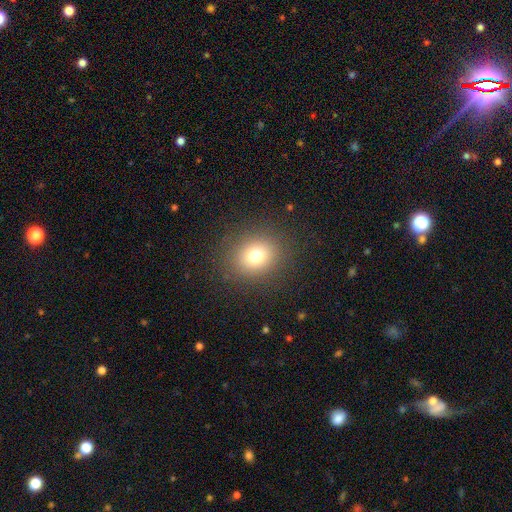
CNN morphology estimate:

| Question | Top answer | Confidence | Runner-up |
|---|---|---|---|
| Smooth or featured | smooth | 75% | star or artifact (15%) |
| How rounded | round | 72% | in between (27%) |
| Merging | none | 88% | minor disturbance (7%) |